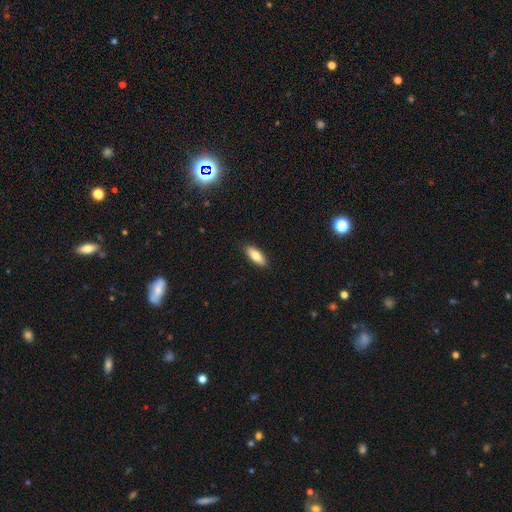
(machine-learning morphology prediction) A smooth galaxy with no disk features (82%) that is in between round and cigar-shaped (71%).

Vote fractions:
- Smooth or featured? smooth: 82% / featured or disk: 12% / star or artifact: 6%
- How rounded? in between: 71% / cigar-shaped: 27% / round: 2%
- Merging? none: 89% / minor disturbance: 8% / major disturbance: 2% / merger: 1%